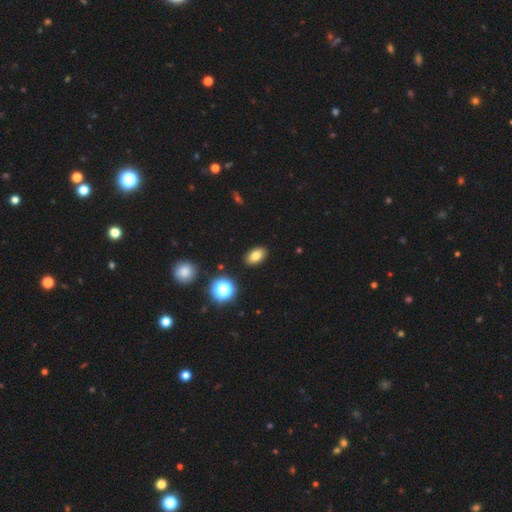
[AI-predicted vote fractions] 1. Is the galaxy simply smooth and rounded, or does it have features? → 78% smooth, 13% star or artifact, 9% featured or disk.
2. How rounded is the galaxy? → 87% in between, 11% round, 2% cigar-shaped.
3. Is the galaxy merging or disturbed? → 89% none, 7% minor disturbance, 2% major disturbance, 2% merger.